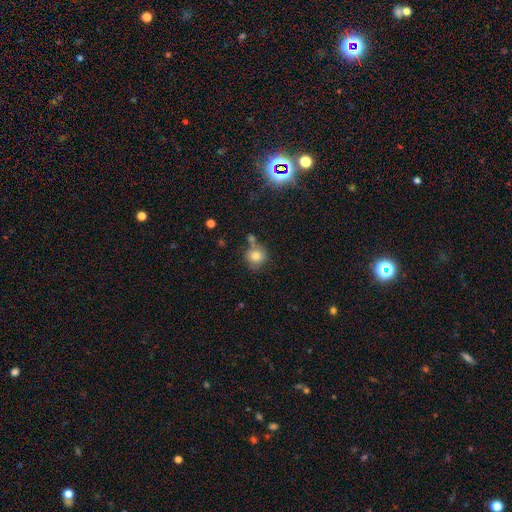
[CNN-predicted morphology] This is likely a smooth galaxy (79%). How rounded: clearly round (84%). Merging: possibly none (60%).